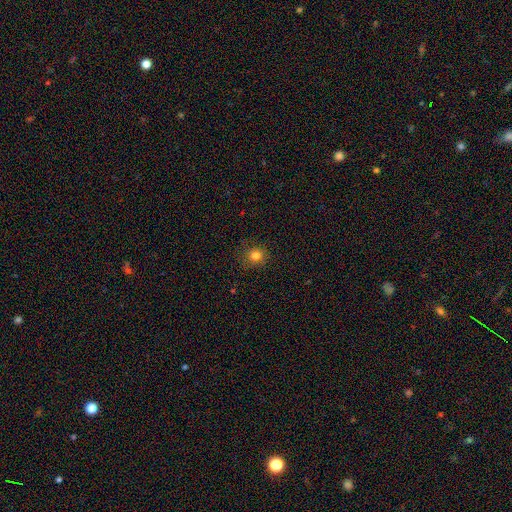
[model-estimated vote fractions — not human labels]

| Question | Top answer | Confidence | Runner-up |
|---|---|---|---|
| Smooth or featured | smooth | 81% | star or artifact (14%) |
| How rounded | round | 88% | in between (11%) |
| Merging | none | 88% | minor disturbance (9%) |